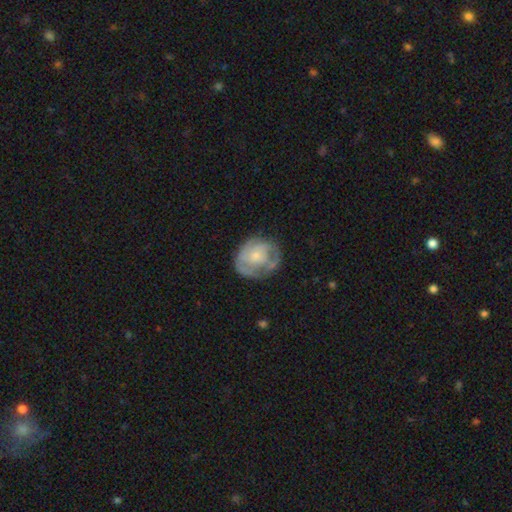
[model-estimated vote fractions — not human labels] A featured or disk galaxy (60%) with no bar (80%), spiral arms (63%) and a small central bulge (53%). Merging: none (61%).